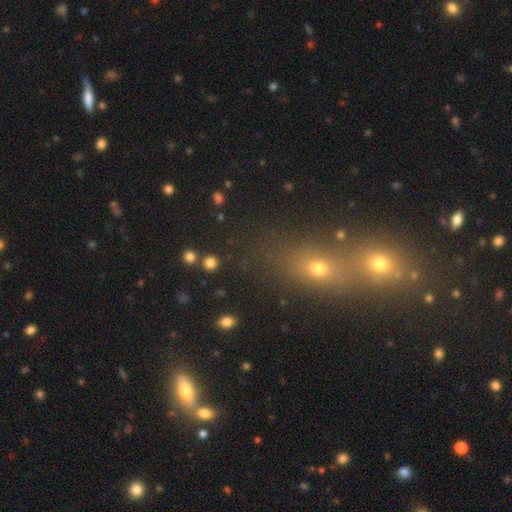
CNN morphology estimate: Smooth or featured: smooth — 50% (star or artifact — 36%)
Merging: merger — 49% (none — 40%)